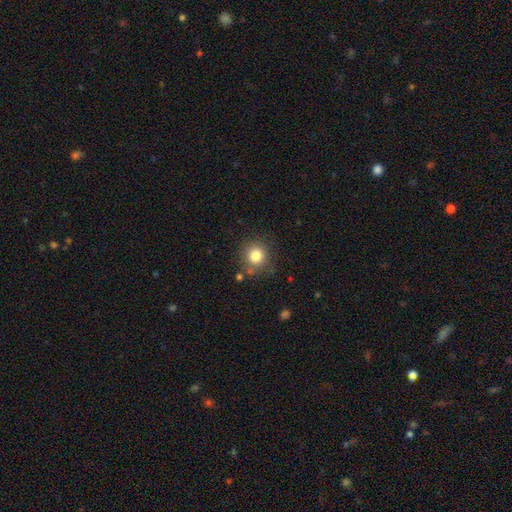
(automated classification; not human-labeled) A smooth galaxy with no disk features (81%) that is round (91%). Merging: none (82%).